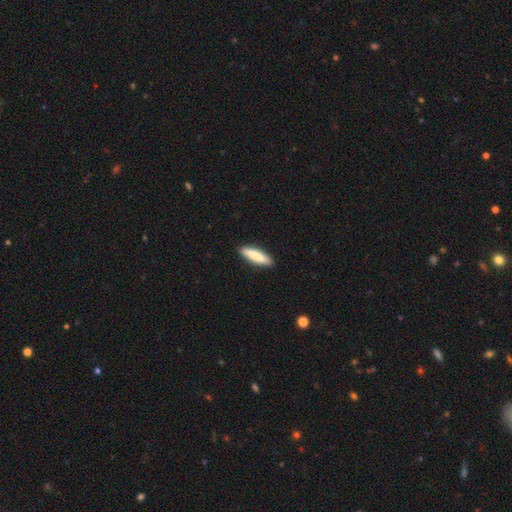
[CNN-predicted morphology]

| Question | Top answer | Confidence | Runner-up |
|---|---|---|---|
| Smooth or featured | smooth | 84% | featured or disk (11%) |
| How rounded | cigar-shaped | 75% | in between (24%) |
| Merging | none | 91% | minor disturbance (7%) |